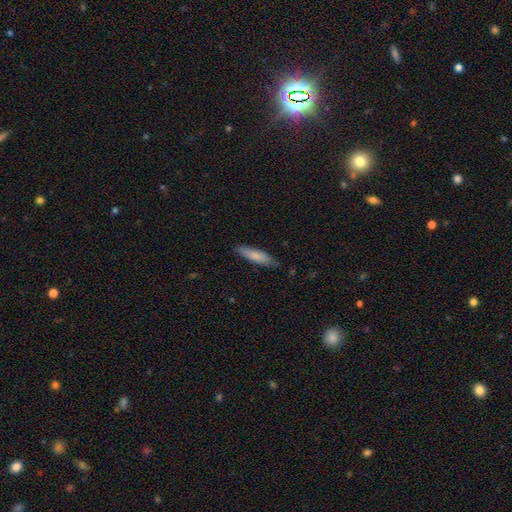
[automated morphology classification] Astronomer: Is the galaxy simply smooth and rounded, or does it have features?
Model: smooth — 77%.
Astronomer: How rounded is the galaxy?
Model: cigar-shaped — 74%.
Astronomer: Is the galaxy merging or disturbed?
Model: none — 83%.